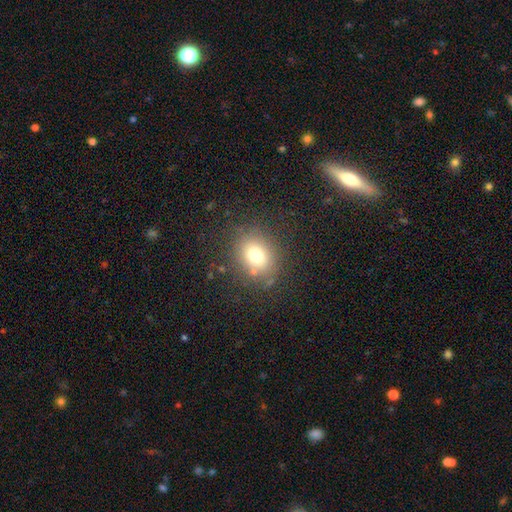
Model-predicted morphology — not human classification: smooth_or_featured: smooth (p=0.73) [alt: star or artifact p=0.15]
how_rounded: round (p=0.57) [alt: in between p=0.42]
merging: none (p=0.80) [alt: minor disturbance p=0.12]